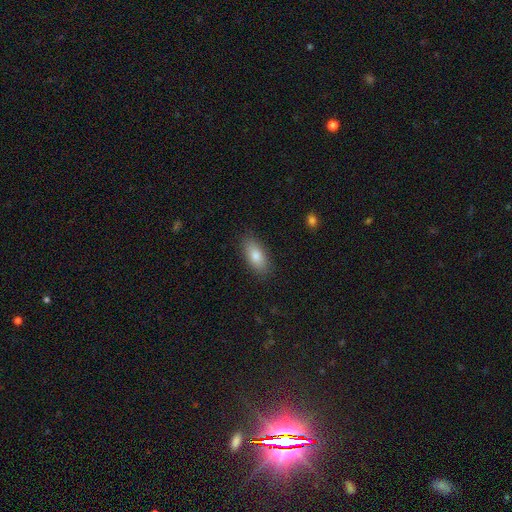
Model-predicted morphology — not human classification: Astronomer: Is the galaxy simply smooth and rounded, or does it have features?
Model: smooth — 81%.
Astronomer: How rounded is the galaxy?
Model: in between — 85%.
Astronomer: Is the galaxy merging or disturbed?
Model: none — 87%.